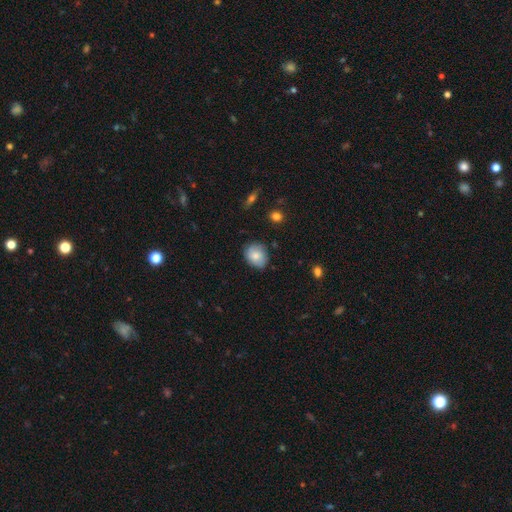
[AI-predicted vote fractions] smooth_or_featured: smooth (p=0.78) [alt: featured or disk p=0.14]
how_rounded: round (p=0.55) [alt: in between p=0.44]
merging: none (p=0.75) [alt: minor disturbance p=0.20]